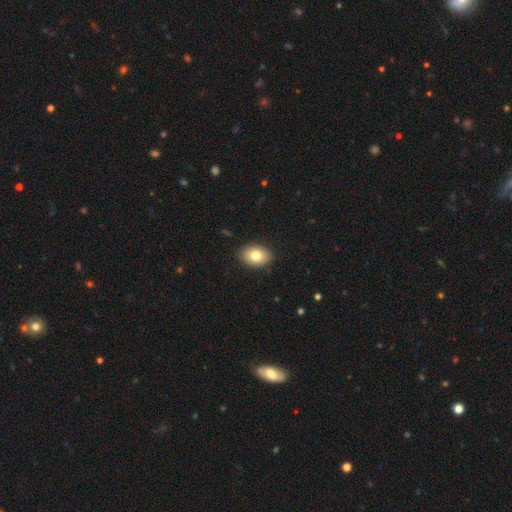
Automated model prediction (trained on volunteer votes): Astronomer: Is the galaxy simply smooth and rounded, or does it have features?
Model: smooth — 80%.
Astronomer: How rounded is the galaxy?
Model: in between — 81%.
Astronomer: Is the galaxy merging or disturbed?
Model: none — 89%.